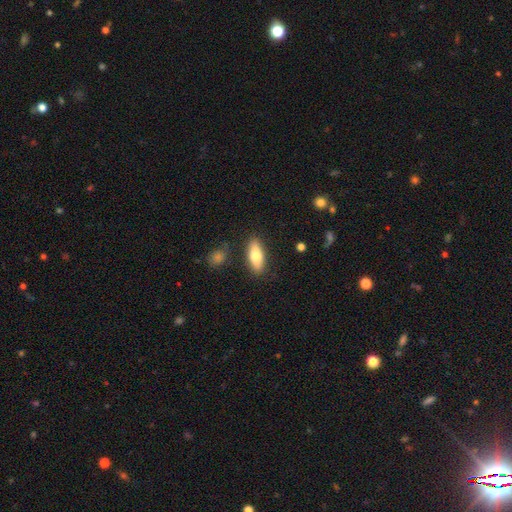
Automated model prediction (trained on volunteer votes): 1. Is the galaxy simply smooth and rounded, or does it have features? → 73% smooth, 21% featured or disk, 6% star or artifact.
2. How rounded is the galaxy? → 74% in between, 23% cigar-shaped, 3% round.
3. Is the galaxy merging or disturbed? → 85% none, 10% minor disturbance, 2% merger, 2% major disturbance.